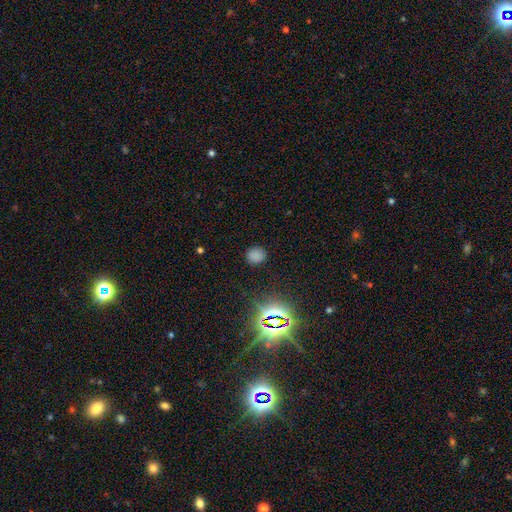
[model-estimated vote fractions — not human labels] Morphology: type=smooth (73%); roundness=round (77%); merging=none (86%).